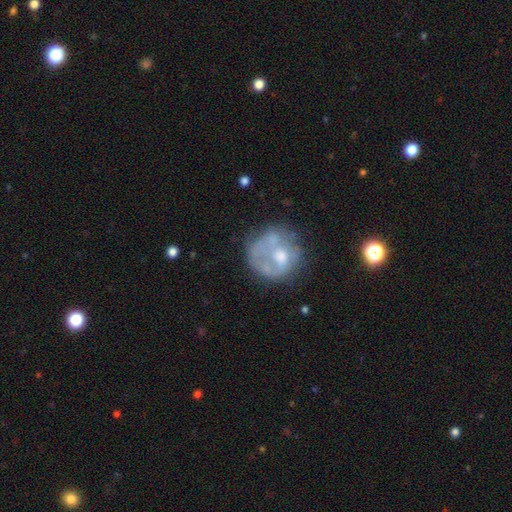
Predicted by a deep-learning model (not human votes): A featured or disk galaxy (49%).

Vote fractions:
- Smooth or featured? featured or disk: 49% / smooth: 37% / star or artifact: 14%
- Merging? none: 48% / major disturbance: 22% / minor disturbance: 22% / merger: 8%